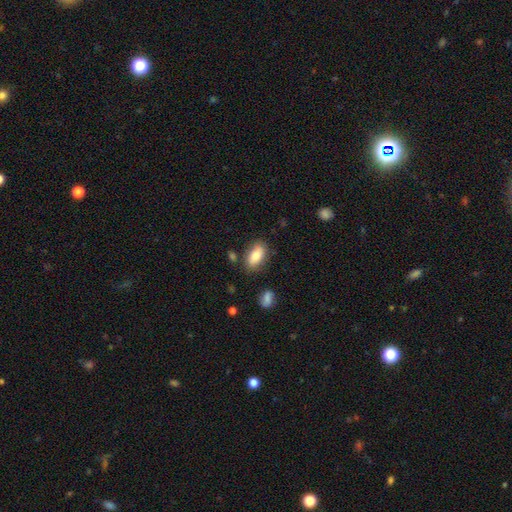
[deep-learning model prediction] Morphology: type=smooth (82%); roundness=in between (91%); merging=none (77%).